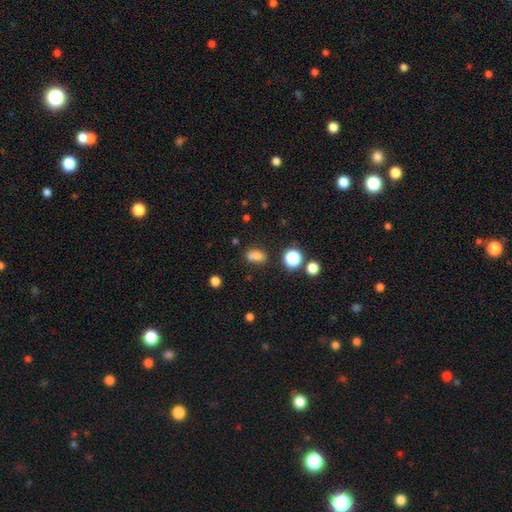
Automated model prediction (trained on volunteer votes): Morphology: type=smooth (74%); roundness=in between (67%); merging=none (49%).